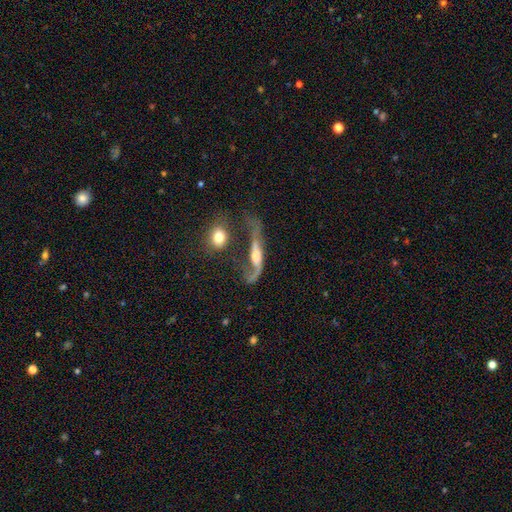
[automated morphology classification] featured or disk 74%, smooth 18%, star or artifact 8%. Down the decision tree: edge-on disk — no (70%); bar — no (49%); spiral arms — yes (83%); bulge size — moderate (43%); merging — major disturbance (38%).